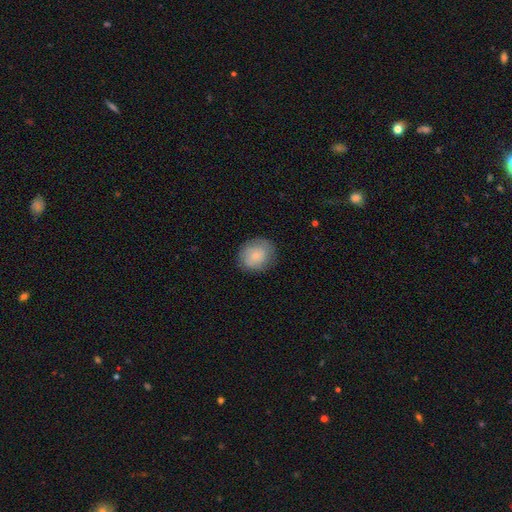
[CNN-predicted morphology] Q: Smooth or featured?
A: smooth (70%); runner-up: featured or disk (22%)
Q: How rounded?
A: round (70%); runner-up: in between (29%)
Q: Merging?
A: none (79%); runner-up: minor disturbance (15%)